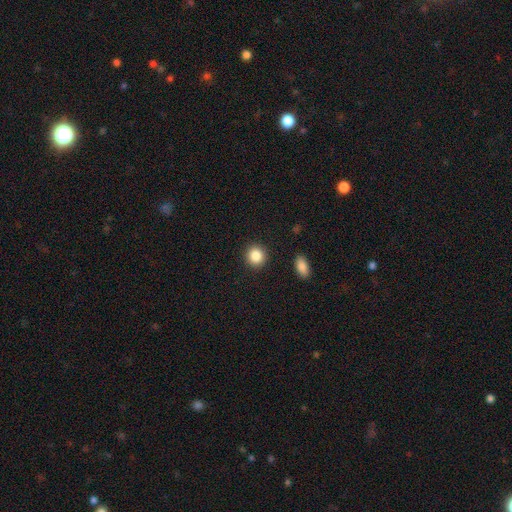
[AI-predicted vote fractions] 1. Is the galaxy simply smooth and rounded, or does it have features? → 87% smooth, 9% star or artifact, 4% featured or disk.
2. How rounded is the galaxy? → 87% round, 12% in between, 1% cigar-shaped.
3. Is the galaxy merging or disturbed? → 90% none, 6% minor disturbance, 2% major disturbance, 2% merger.